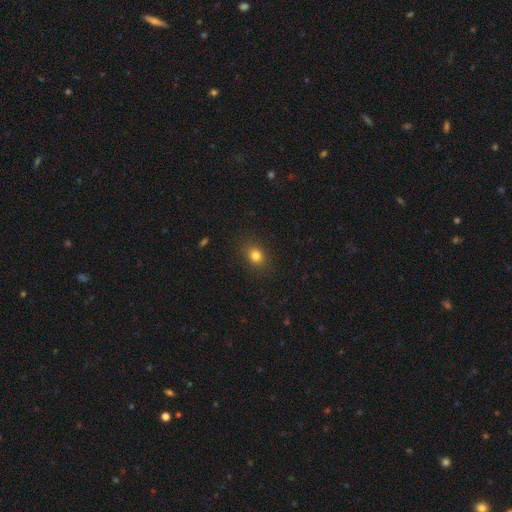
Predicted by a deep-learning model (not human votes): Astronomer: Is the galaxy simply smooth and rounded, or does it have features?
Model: smooth — 81%.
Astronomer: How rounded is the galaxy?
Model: round — 53% (runner-up: in between, 46%).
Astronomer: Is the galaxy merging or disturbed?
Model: none — 86%.